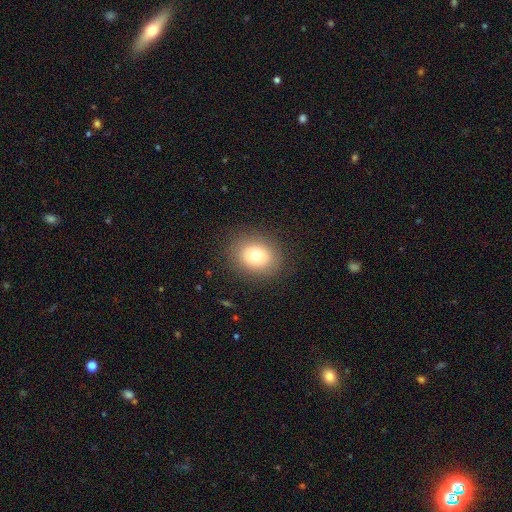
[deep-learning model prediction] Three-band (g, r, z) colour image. It shows a smooth galaxy with no disk features (76%) that is round (56%). Merging: none (86%).